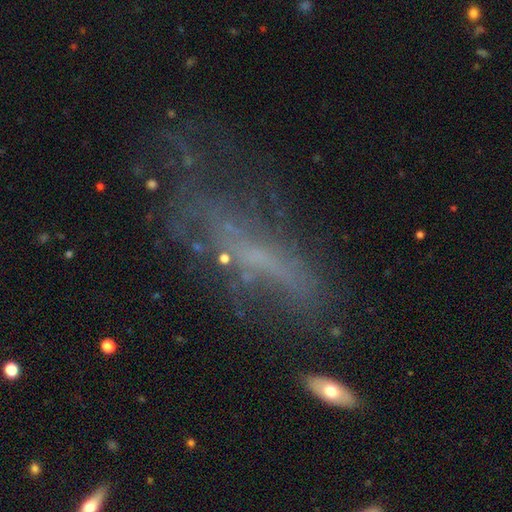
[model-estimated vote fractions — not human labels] This is possibly a featured or disk galaxy (47%). Merging: marginally none (38%).